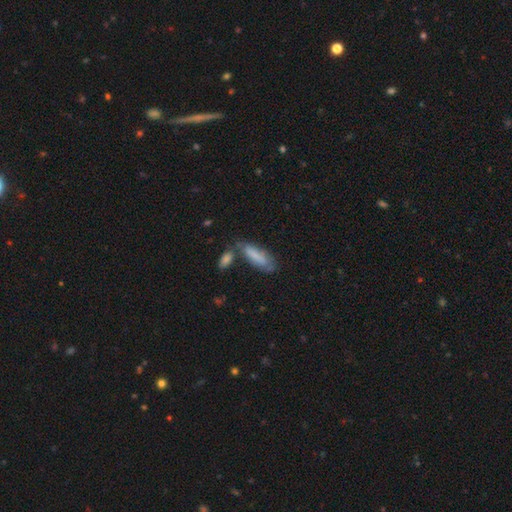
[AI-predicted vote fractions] A smooth galaxy with no disk features (76%) that is cigar-shaped (51%).

Vote fractions:
- Smooth or featured? smooth: 76% / featured or disk: 17% / star or artifact: 7%
- How rounded? cigar-shaped: 51% / in between: 47% / round: 2%
- Merging? none: 46% / merger: 23% / minor disturbance: 22% / major disturbance: 9%